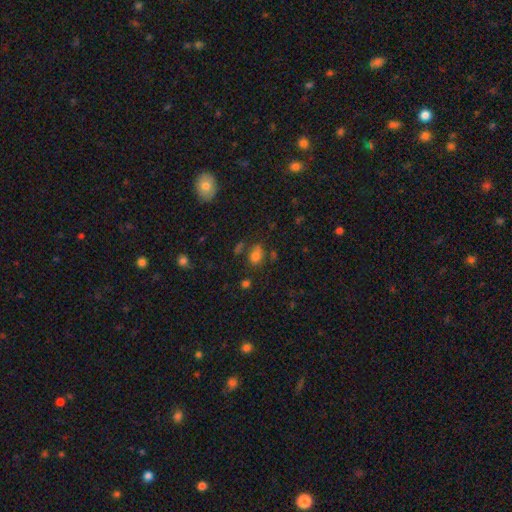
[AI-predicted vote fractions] A smooth galaxy with no disk features (73%) that is in between round and cigar-shaped (67%). Merging: none (58%).